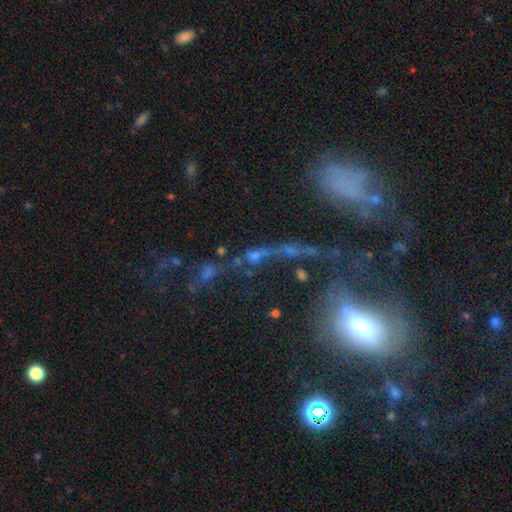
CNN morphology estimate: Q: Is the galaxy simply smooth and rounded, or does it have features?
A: star or artifact — 47%.